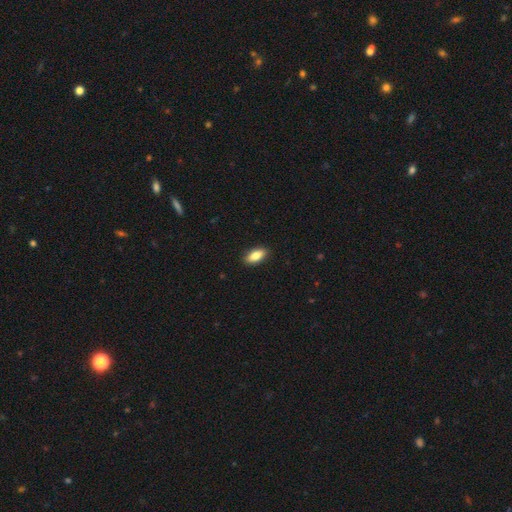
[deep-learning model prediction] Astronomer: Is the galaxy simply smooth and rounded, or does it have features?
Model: smooth — 85%.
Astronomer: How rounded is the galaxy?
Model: in between — 87%.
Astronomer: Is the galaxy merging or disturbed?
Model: none — 90%.